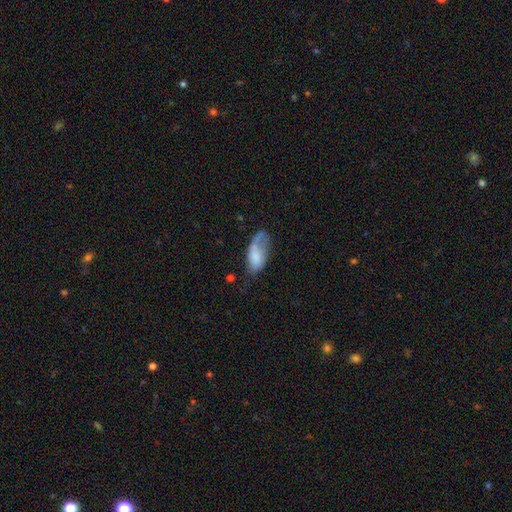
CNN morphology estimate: The model was most divided on "merging": major disturbance: 35%, minor disturbance: 31%, none: 28%, merger: 6%. More confident: how rounded — in between (91%); smooth or featured — smooth (65%).